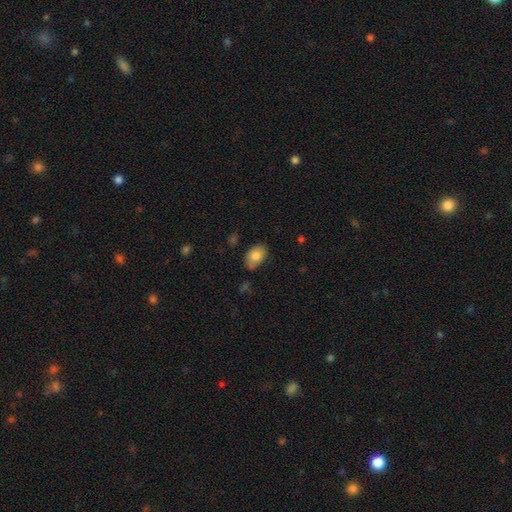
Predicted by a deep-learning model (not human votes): Smooth or featured? Predicted: smooth (p=0.81). How rounded? Predicted: in between (p=0.88). Merging? Predicted: none (p=0.71).